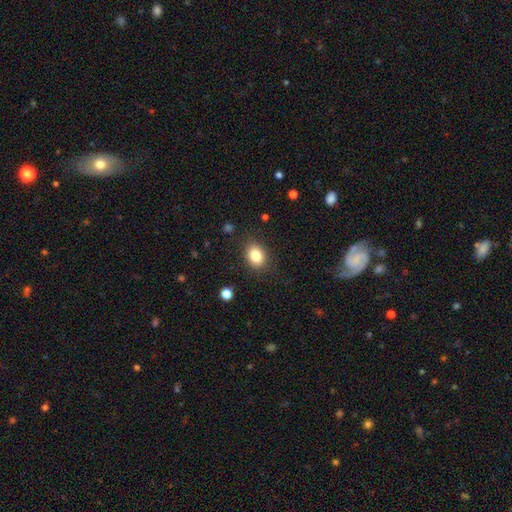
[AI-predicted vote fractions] Overall: smooth (84%). How rounded: in between (60%; round 40%). Merging: none (85%).